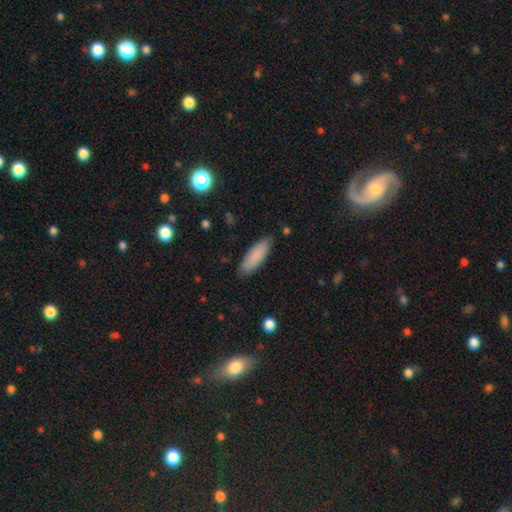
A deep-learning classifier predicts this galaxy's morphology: The model was most divided on "how rounded": in between: 53%, cigar-shaped: 46%, round: 2%. More confident: merging — none (86%); smooth or featured — smooth (86%).